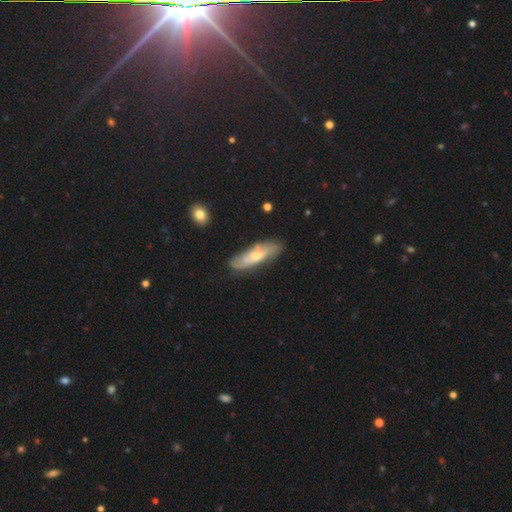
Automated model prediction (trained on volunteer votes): Smooth or featured?
  - featured or disk: 56% *
  - smooth: 38%
  - star or artifact: 6%
Edge-on disk?
  - no: 70% *
  - yes: 30%
Merging?
  - none: 75% *
  - minor disturbance: 18%
  - major disturbance: 4%
  - merger: 3%